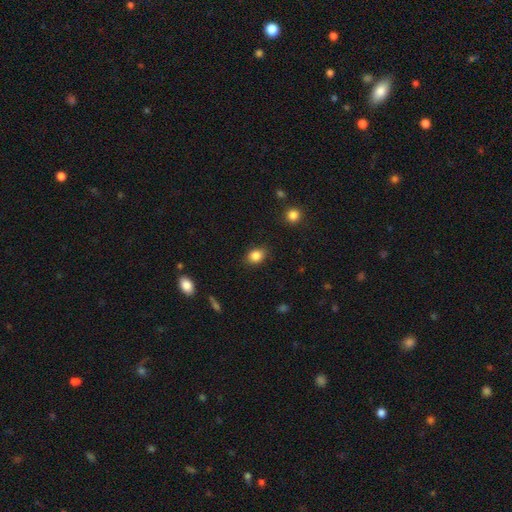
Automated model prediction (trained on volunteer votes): Smooth or featured: smooth — 86% (star or artifact — 9%)
How rounded: in between — 59% (round — 40%)
Merging: none — 85% (minor disturbance — 11%)